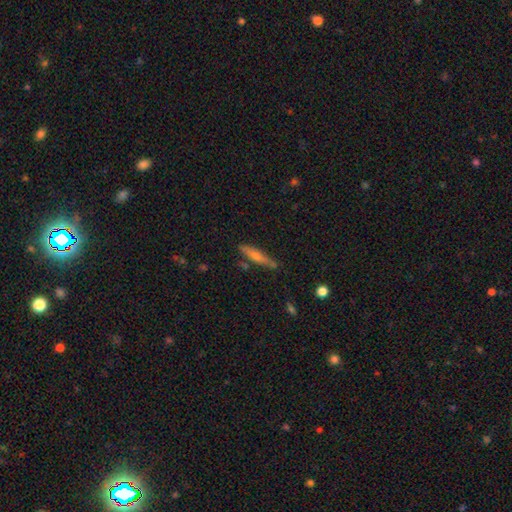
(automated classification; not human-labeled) Smooth or featured? featured or disk (47%)
Merging? none (80%)